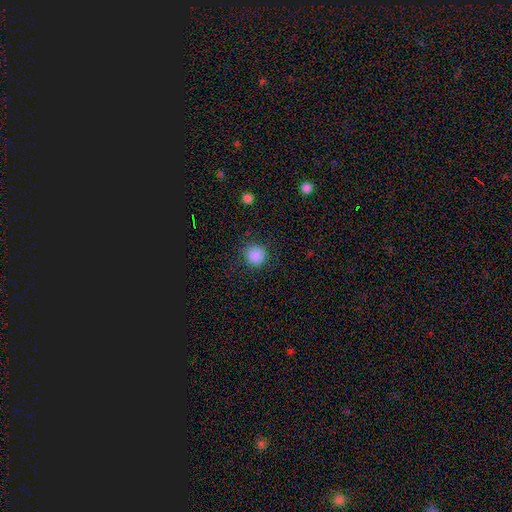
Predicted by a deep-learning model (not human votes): Smooth or featured?
  - smooth: 87% *
  - star or artifact: 10%
  - featured or disk: 3%
How rounded?
  - round: 94% *
  - in between: 5%
  - cigar-shaped: 1%
Merging?
  - none: 87% *
  - minor disturbance: 9%
  - major disturbance: 4%
  - merger: 1%